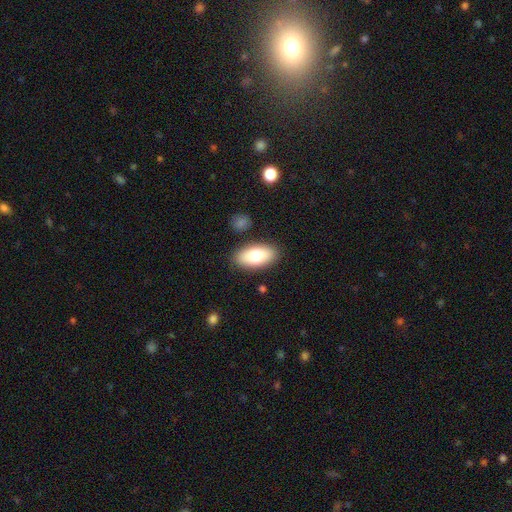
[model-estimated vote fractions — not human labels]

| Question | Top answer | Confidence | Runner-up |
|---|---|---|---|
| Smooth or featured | smooth | 76% | featured or disk (17%) |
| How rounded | in between | 92% | cigar-shaped (4%) |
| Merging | none | 87% | minor disturbance (9%) |